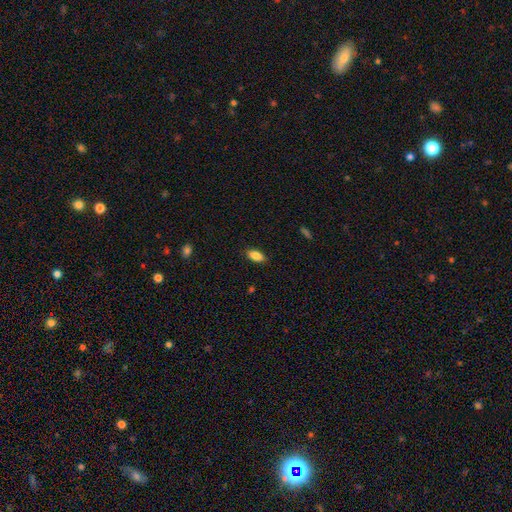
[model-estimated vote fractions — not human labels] This appears to be a smooth galaxy with no disk features (86%) that is in between round and cigar-shaped (89%). Merging: none (85%).